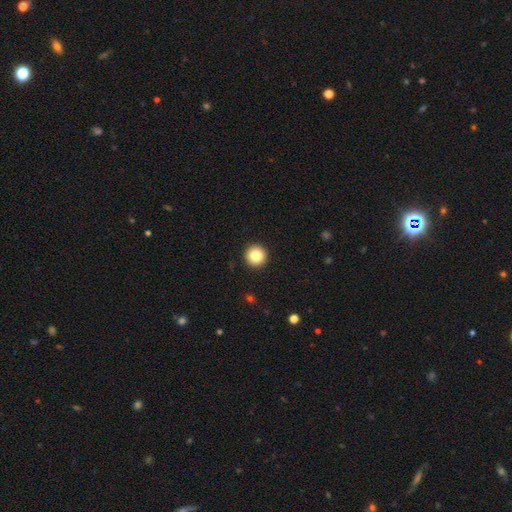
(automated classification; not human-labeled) Overall: smooth (85%). How rounded: round (96%). Merging: none (93%).